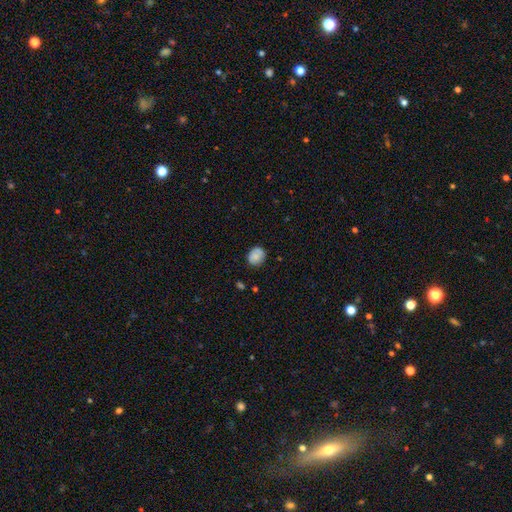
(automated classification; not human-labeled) Smooth or featured?
  - smooth: 79% *
  - featured or disk: 12%
  - star or artifact: 9%
How rounded?
  - round: 67% *
  - in between: 32%
  - cigar-shaped: 1%
Merging?
  - none: 74% *
  - minor disturbance: 19%
  - major disturbance: 4%
  - merger: 3%